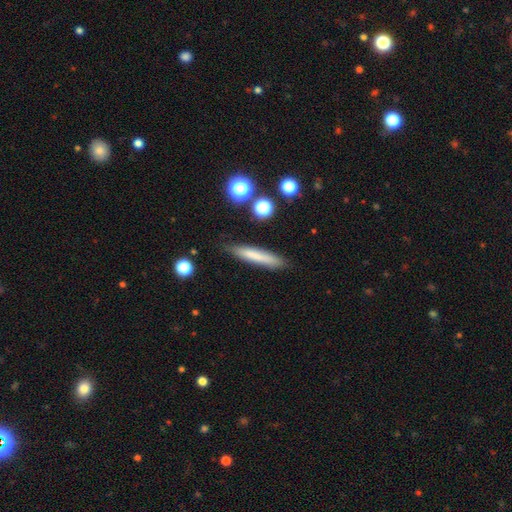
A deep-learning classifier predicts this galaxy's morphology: Overall: smooth (71%). How rounded: cigar-shaped (92%). Merging: none (86%).